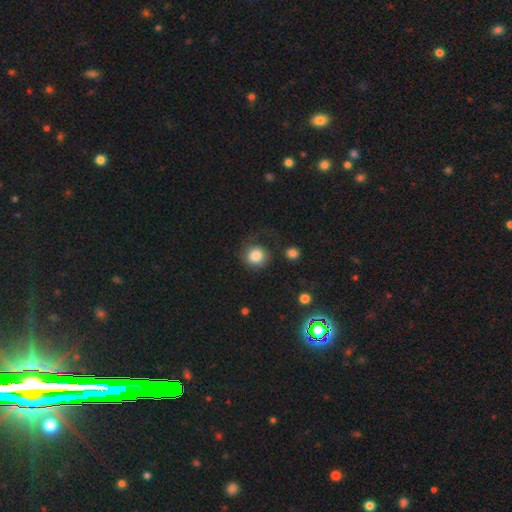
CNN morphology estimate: type=smooth (84%); roundness=round (87%); merging=none (65%).